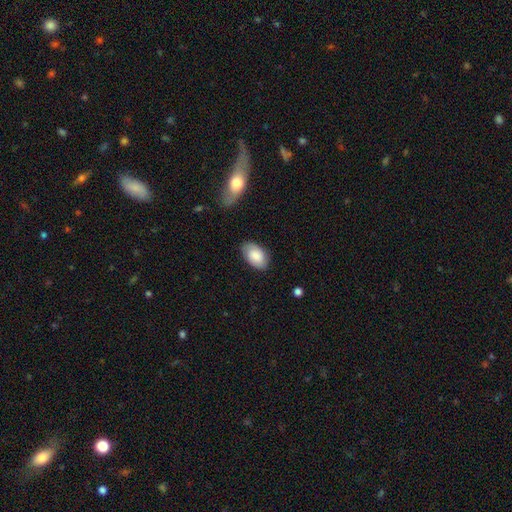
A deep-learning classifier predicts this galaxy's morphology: type=smooth (80%); roundness=in between (94%); merging=none (80%).